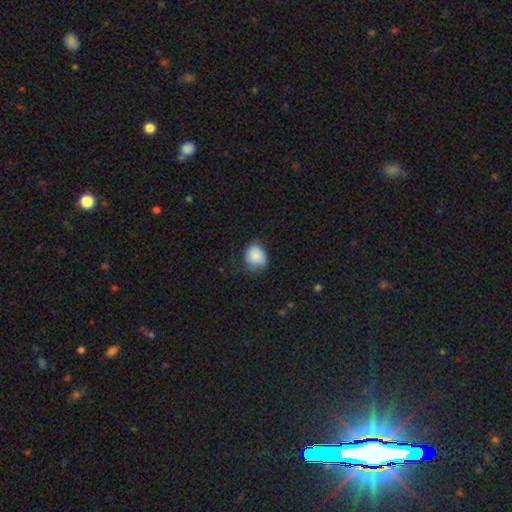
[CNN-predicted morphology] A smooth galaxy with no disk features (84%) that is round (62%). Merging: none (61%).